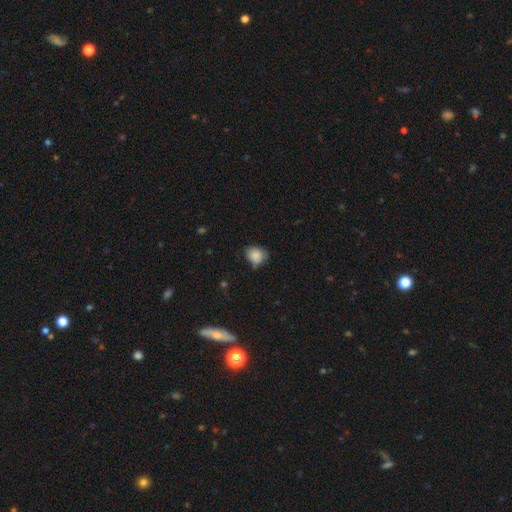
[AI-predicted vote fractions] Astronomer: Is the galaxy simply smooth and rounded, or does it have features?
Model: smooth — 85%.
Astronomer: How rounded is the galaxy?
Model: round — 58% (runner-up: in between, 41%).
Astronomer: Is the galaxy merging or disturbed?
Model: none — 60%.